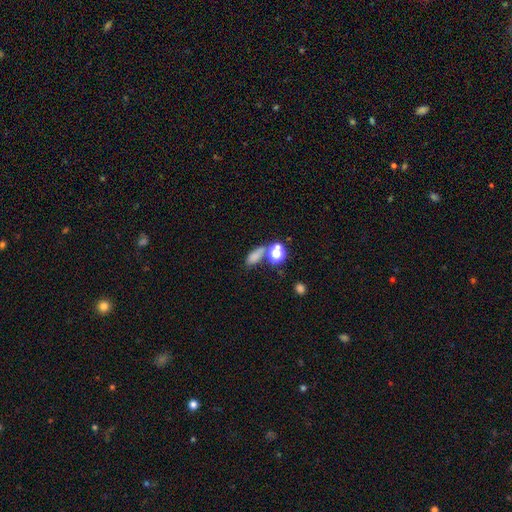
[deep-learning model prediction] A smooth galaxy with no disk features (71%) that is in between round and cigar-shaped (68%).

Vote fractions:
- Smooth or featured? smooth: 71% / star or artifact: 19% / featured or disk: 10%
- How rounded? in between: 68% / round: 20% / cigar-shaped: 12%
- Merging? none: 48% / merger: 30% / minor disturbance: 14% / major disturbance: 8%